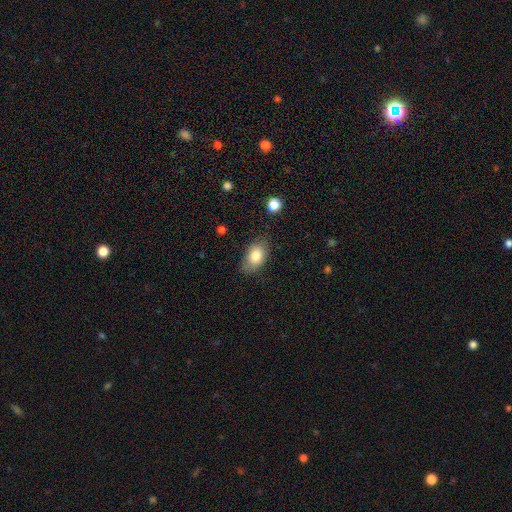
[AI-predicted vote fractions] A smooth galaxy with no disk features (81%) that is in between round and cigar-shaped (90%). Merging: none (77%).